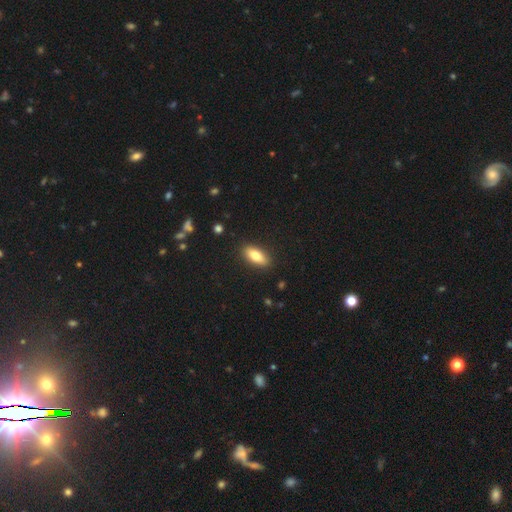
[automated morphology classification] smooth-or-featured: smooth: 76% | featured or disk: 17% | star or artifact: 7%
  how-rounded: in between: 76% | cigar-shaped: 21% | round: 3%
  merging: none: 89% | minor disturbance: 8% | major disturbance: 2% | merger: 1%